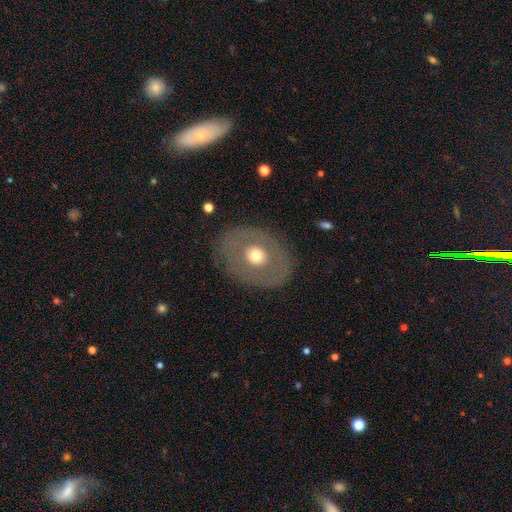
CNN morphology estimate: type=smooth (50%); merging=none (83%).